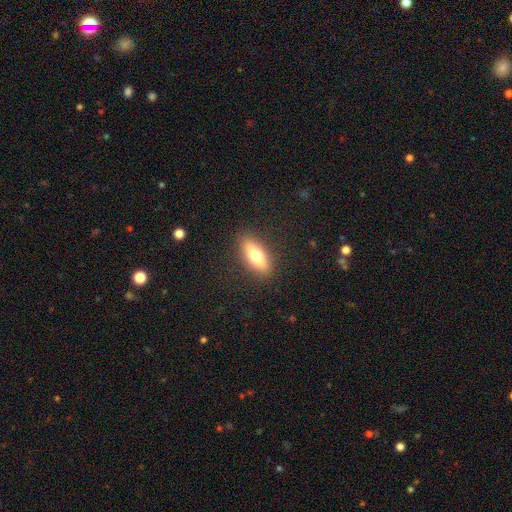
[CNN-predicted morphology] Q: Smooth or featured?
A: smooth (65%); runner-up: featured or disk (28%)
Q: How rounded?
A: in between (59%); runner-up: cigar-shaped (38%)
Q: Merging?
A: none (88%); runner-up: minor disturbance (9%)